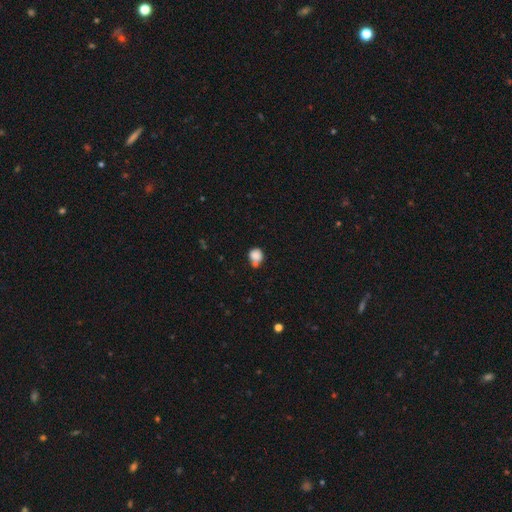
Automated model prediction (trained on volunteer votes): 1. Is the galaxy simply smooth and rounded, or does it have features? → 83% smooth, 10% star or artifact, 7% featured or disk.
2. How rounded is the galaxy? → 80% round, 19% in between, 1% cigar-shaped.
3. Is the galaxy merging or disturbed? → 49% none, 23% merger, 22% minor disturbance, 7% major disturbance.